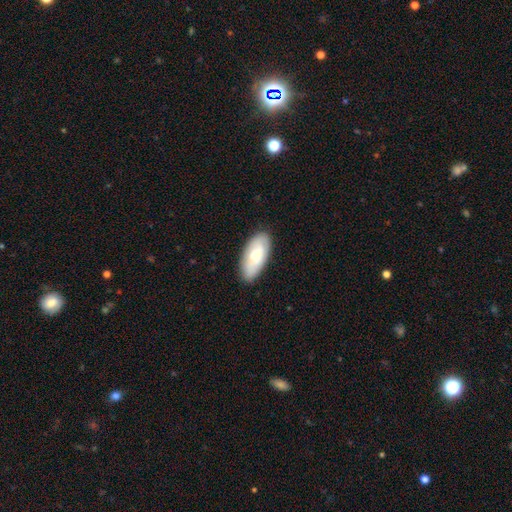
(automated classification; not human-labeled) smooth 69%, featured or disk 25%, star or artifact 6%. Down the decision tree: how rounded — in between (89%); merging — none (85%).